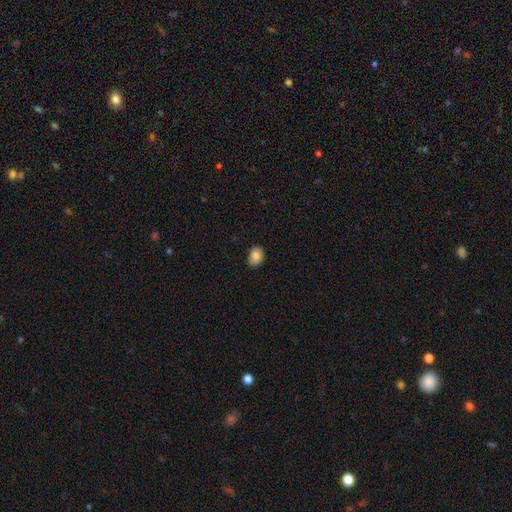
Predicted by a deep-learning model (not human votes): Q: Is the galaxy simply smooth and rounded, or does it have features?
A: smooth — 84%.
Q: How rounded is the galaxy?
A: in between — 69%.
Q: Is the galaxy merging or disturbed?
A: none — 85%.